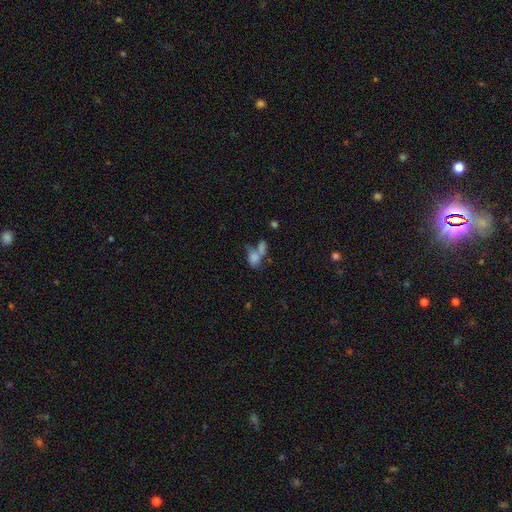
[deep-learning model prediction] Smooth or featured?
  - smooth: 72% *
  - featured or disk: 16%
  - star or artifact: 12%
How rounded?
  - in between: 77% *
  - round: 18%
  - cigar-shaped: 5%
Merging?
  - merger: 56% *
  - none: 22%
  - major disturbance: 12%
  - minor disturbance: 10%